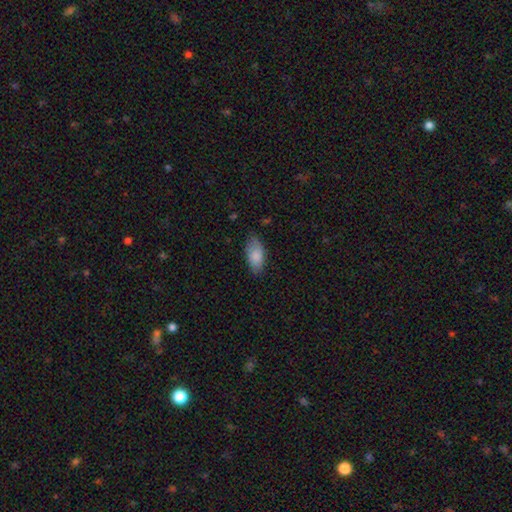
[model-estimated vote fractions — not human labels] Q: Smooth or featured?
A: smooth (84%); runner-up: featured or disk (9%)
Q: How rounded?
A: in between (92%); runner-up: cigar-shaped (6%)
Q: Merging?
A: none (77%); runner-up: minor disturbance (19%)